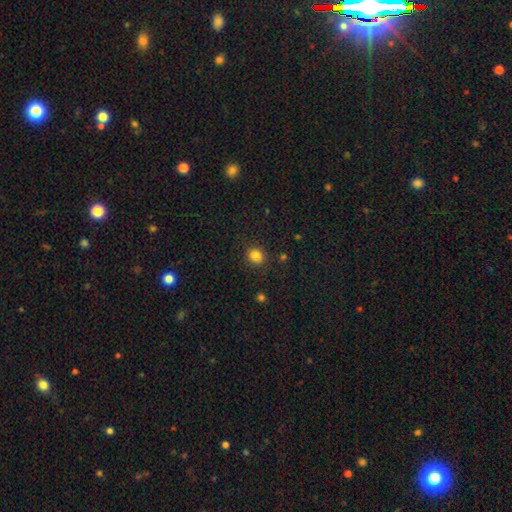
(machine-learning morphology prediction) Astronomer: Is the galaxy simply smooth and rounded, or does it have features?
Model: smooth — 83%.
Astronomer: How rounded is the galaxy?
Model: round — 74%.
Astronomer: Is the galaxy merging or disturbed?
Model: none — 87%.